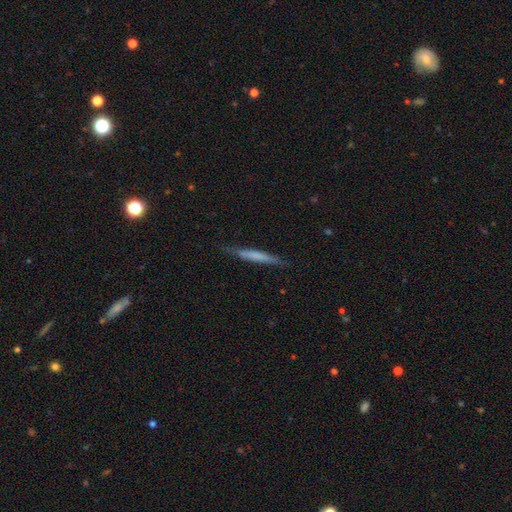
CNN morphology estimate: type=smooth (55%); roundness=cigar-shaped (95%); merging=none (78%).